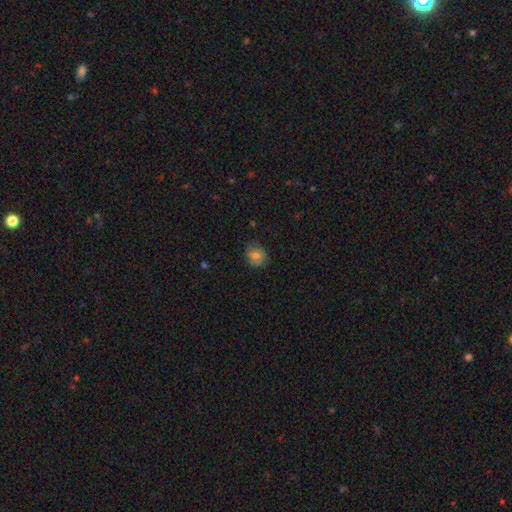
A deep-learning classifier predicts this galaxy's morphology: This appears to be a smooth galaxy with no disk features (73%) that is round (66%). Merging: none (75%).